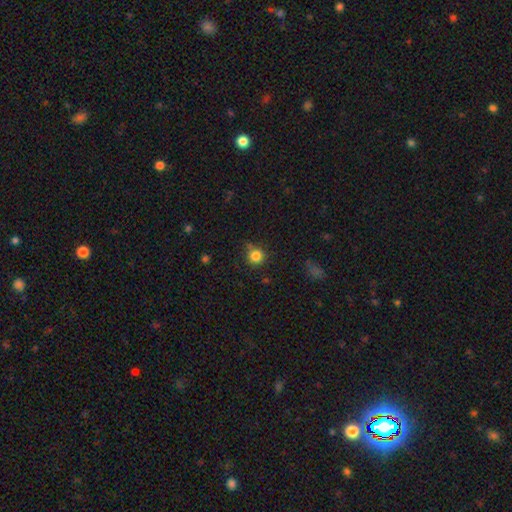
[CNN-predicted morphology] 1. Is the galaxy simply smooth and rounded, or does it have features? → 83% smooth, 12% star or artifact, 5% featured or disk.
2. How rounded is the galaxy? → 92% round, 7% in between, 1% cigar-shaped.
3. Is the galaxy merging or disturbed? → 73% none, 18% minor disturbance, 5% major disturbance, 4% merger.